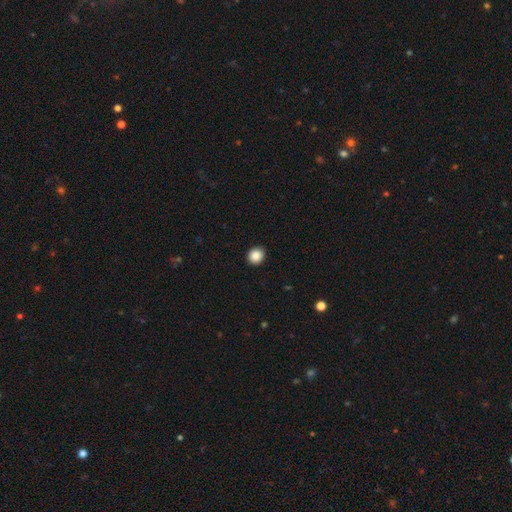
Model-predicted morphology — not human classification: A smooth galaxy with no disk features (88%) that is round (86%).

Vote fractions:
- Smooth or featured? smooth: 88% / star or artifact: 9% / featured or disk: 3%
- How rounded? round: 86% / in between: 13% / cigar-shaped: 1%
- Merging? none: 93% / minor disturbance: 5% / major disturbance: 2% / merger: 1%